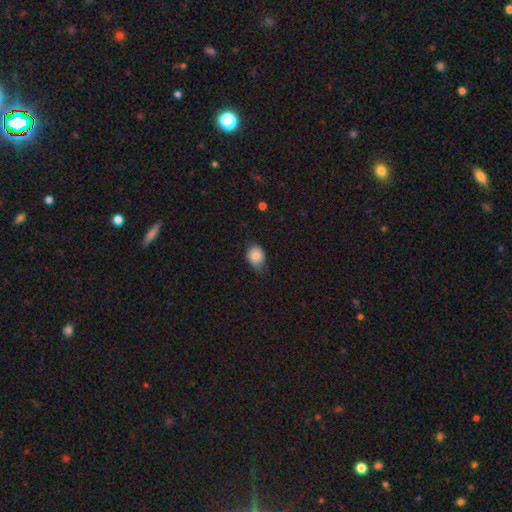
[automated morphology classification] type=smooth (86%); roundness=in between (57%); merging=none (56%).